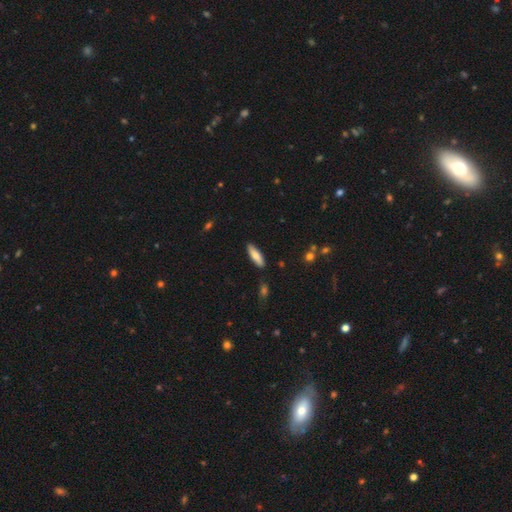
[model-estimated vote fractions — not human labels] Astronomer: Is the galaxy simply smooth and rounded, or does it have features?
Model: smooth — 73%.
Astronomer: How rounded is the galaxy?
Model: cigar-shaped — 54% (runner-up: in between, 44%).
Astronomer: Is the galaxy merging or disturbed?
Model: none — 88%.